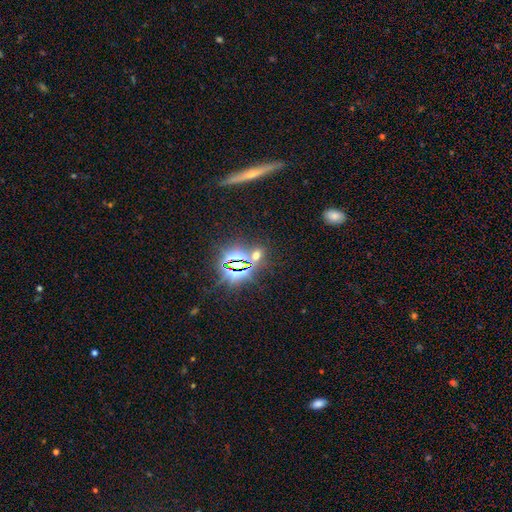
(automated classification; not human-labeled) Smooth or featured?
  - star or artifact: 60% *
  - smooth: 31%
  - featured or disk: 9%